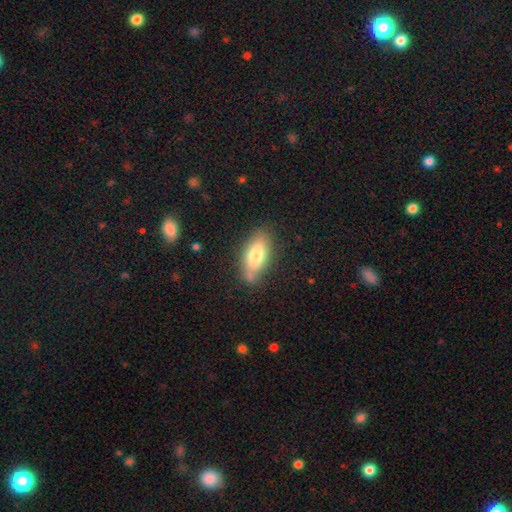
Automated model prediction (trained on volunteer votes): Overall: smooth (76%). How rounded: in between (85%). Merging: none (72%).